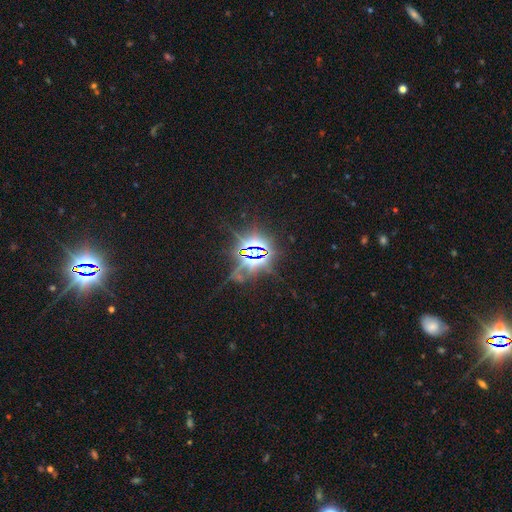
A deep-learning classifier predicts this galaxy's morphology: smooth_or_featured: star or artifact (p=0.85) [alt: smooth p=0.08]